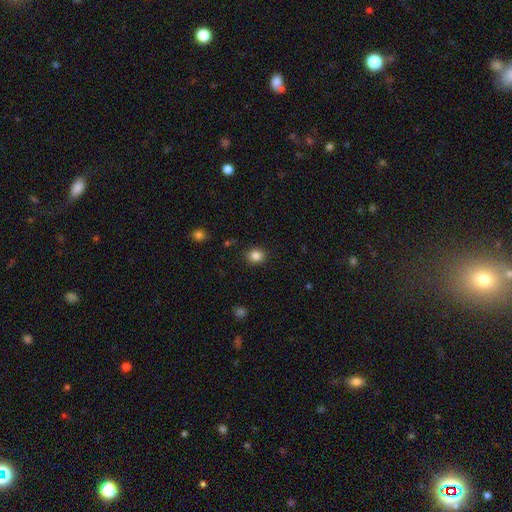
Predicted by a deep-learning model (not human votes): A smooth galaxy with no disk features (85%) that is round (73%). Merging: none (89%).